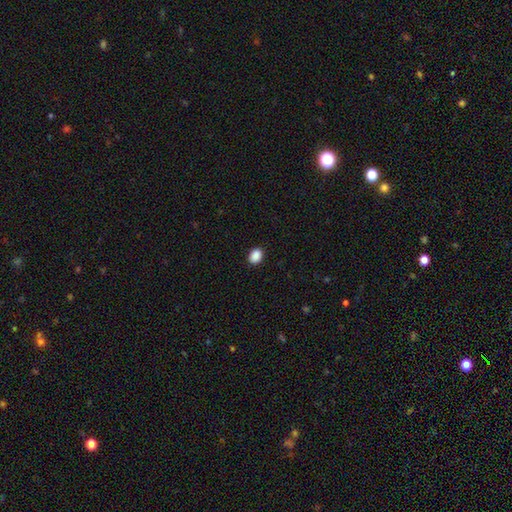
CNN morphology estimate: Smooth or featured?
  - smooth: 89% *
  - star or artifact: 8%
  - featured or disk: 2%
How rounded?
  - in between: 65% *
  - round: 34%
  - cigar-shaped: 1%
Merging?
  - none: 90% *
  - minor disturbance: 7%
  - major disturbance: 2%
  - merger: 1%